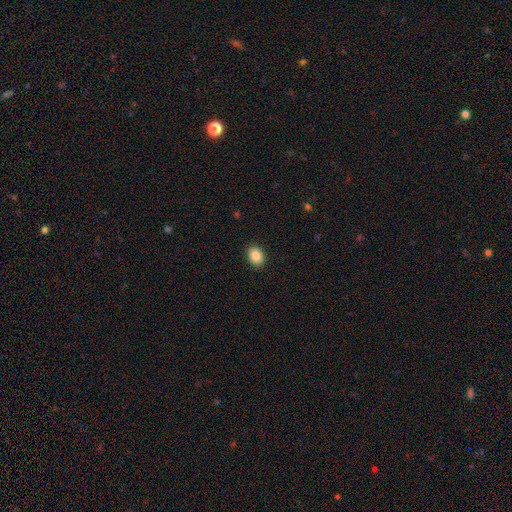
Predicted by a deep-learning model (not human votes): Smooth or featured? smooth (87%)
How rounded? in between (68%)
Merging? none (90%)